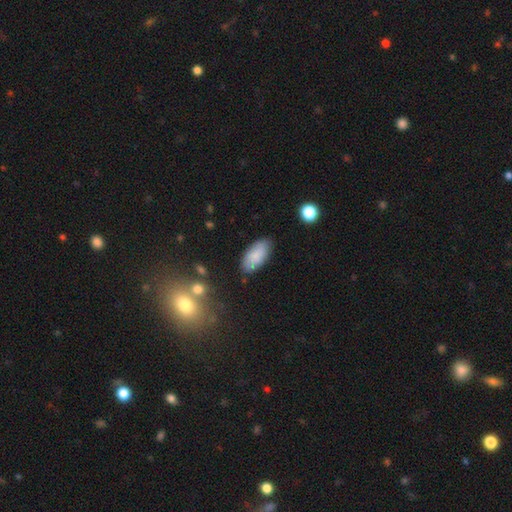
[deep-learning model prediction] A smooth galaxy with no disk features (82%) that is in between round and cigar-shaped (92%). Merging: none (80%).